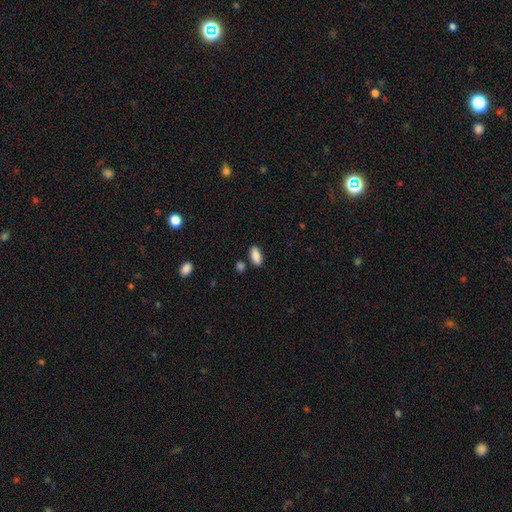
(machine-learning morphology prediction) A smooth galaxy with no disk features (88%) that is in between round and cigar-shaped (87%). Merging: none (82%).